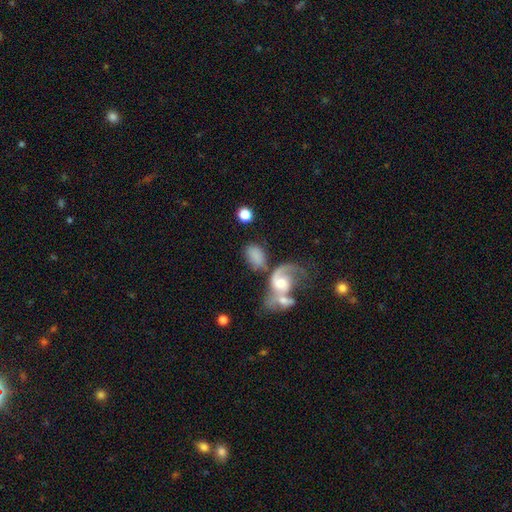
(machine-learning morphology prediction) The model was most divided on "merging": merger: 41%, none: 29%, major disturbance: 17%, minor disturbance: 13%. More confident: how rounded — in between (80%); smooth or featured — smooth (59%).